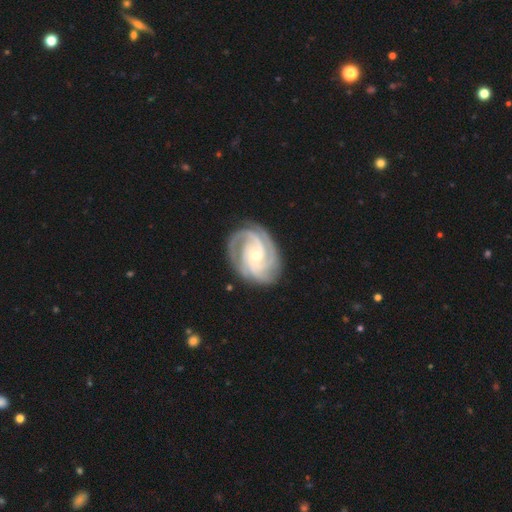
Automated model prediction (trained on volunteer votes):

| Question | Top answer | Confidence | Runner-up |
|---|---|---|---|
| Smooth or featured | featured or disk | 91% | smooth (5%) |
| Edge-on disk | no | 98% | yes (2%) |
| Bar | no | 59% | weak (31%) |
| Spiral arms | yes | 98% | no (2%) |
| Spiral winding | tight | 65% | medium (31%) |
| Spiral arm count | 3 | 40% | 4 (17%) |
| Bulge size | small | 64% | moderate (32%) |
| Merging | none | 80% | minor disturbance (14%) |